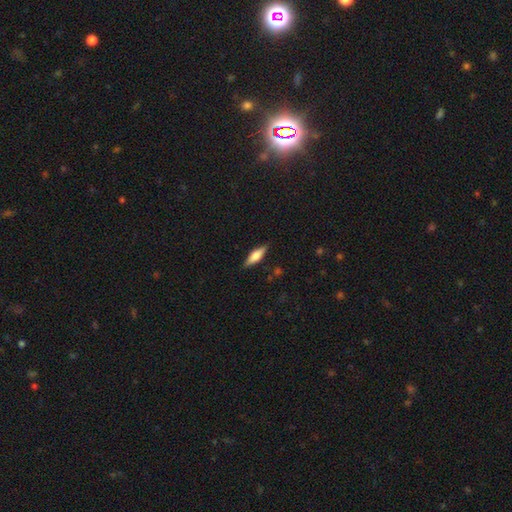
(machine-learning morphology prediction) Smooth or featured?
  - smooth: 57% *
  - featured or disk: 36%
  - star or artifact: 6%
How rounded?
  - cigar-shaped: 54% *
  - in between: 43%
  - round: 2%
Merging?
  - none: 86% *
  - minor disturbance: 10%
  - major disturbance: 2%
  - merger: 1%